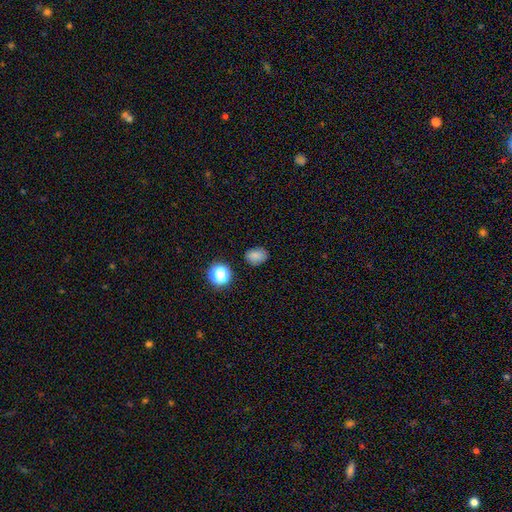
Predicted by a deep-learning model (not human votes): smooth 80%, star or artifact 14%, featured or disk 6%. Down the decision tree: how rounded — in between (66%); merging — none (81%).